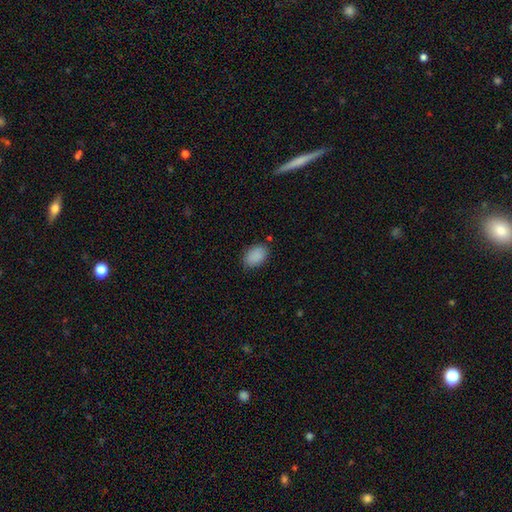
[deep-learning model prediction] smooth-or-featured: smooth: 89% | star or artifact: 8% | featured or disk: 3%
  how-rounded: in between: 84% | round: 15% | cigar-shaped: 1%
  merging: none: 81% | minor disturbance: 15% | major disturbance: 3% | merger: 2%